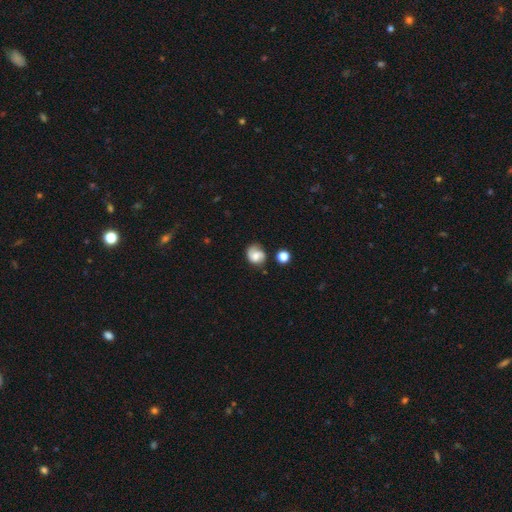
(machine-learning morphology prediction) A smooth galaxy with no disk features (51%) that is round (68%). Merging: none (57%).